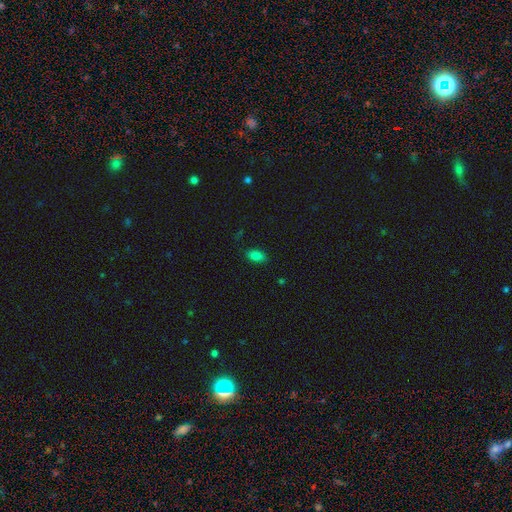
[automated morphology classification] Overall: smooth (82%). How rounded: in between (90%). Merging: none (83%).